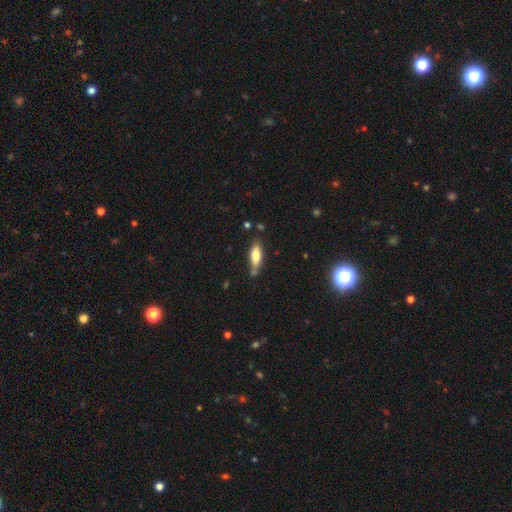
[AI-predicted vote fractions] Smooth or featured: smooth — 75% (featured or disk — 18%)
How rounded: in between — 64% (cigar-shaped — 34%)
Merging: none — 68% (minor disturbance — 20%)